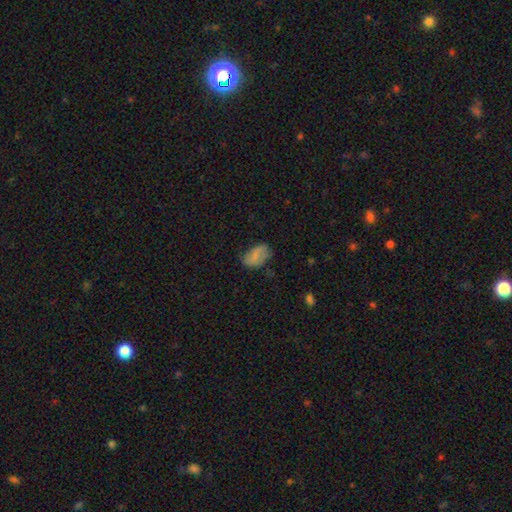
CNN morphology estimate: smooth-or-featured: smooth: 74% | featured or disk: 17% | star or artifact: 9%
  how-rounded: in between: 90% | round: 8% | cigar-shaped: 2%
  merging: none: 61% | minor disturbance: 28% | major disturbance: 9% | merger: 2%